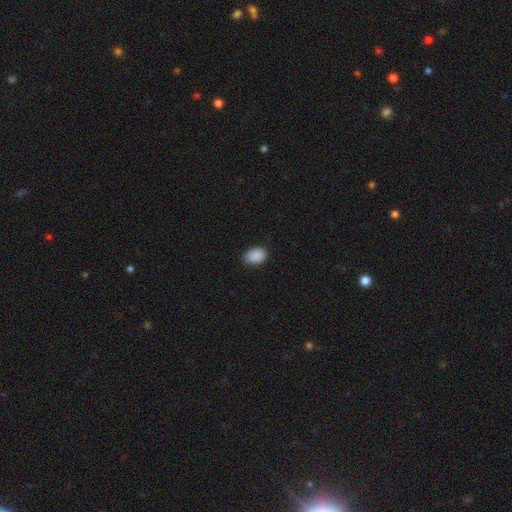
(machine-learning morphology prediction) A smooth galaxy with no disk features (90%) that is in between round and cigar-shaped (83%).

Vote fractions:
- Smooth or featured? smooth: 90% / star or artifact: 7% / featured or disk: 3%
- How rounded? in between: 83% / round: 16% / cigar-shaped: 1%
- Merging? none: 85% / minor disturbance: 12% / major disturbance: 2% / merger: 1%